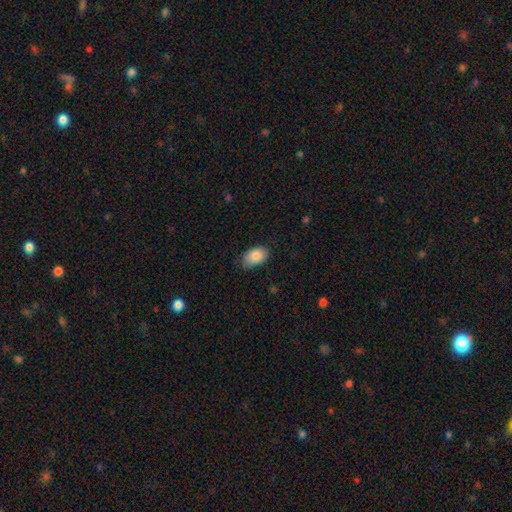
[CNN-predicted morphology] type=smooth (85%); roundness=in between (91%); merging=none (73%).